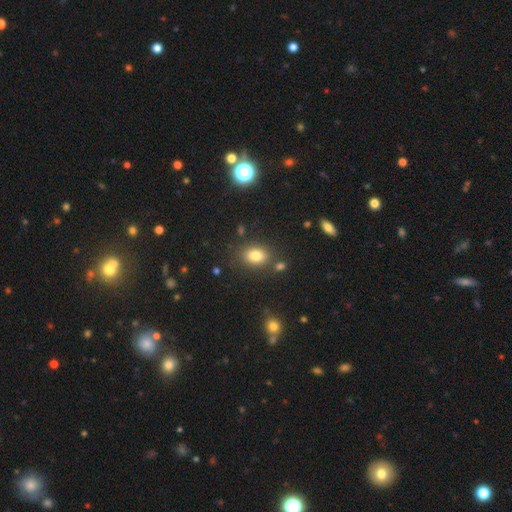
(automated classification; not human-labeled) Smooth or featured: smooth — 81% (star or artifact — 11%)
How rounded: in between — 70% (round — 29%)
Merging: none — 78% (minor disturbance — 11%)